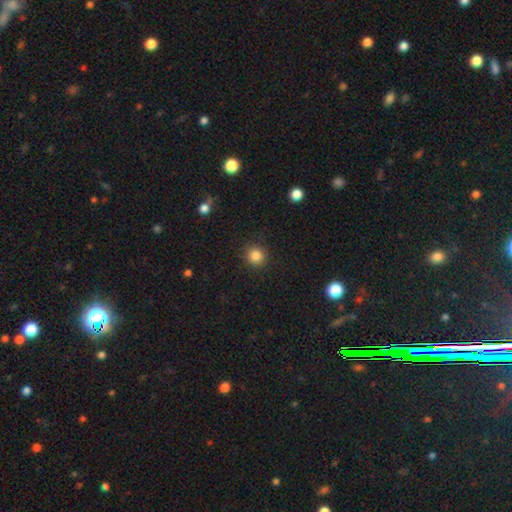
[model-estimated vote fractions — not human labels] Smooth or featured: smooth — 85% (star or artifact — 11%)
How rounded: round — 94% (in between — 5%)
Merging: none — 91% (minor disturbance — 5%)